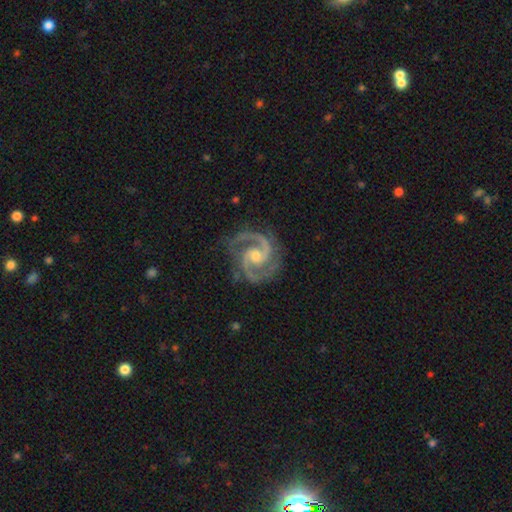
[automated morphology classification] type=featured or disk (94%); edge-on=no (98%); bar=no (51%); spiral arms=yes (99%); winding=medium (58%); arm count=2 (92%); bulge=moderate (54%); merging=none (80%).